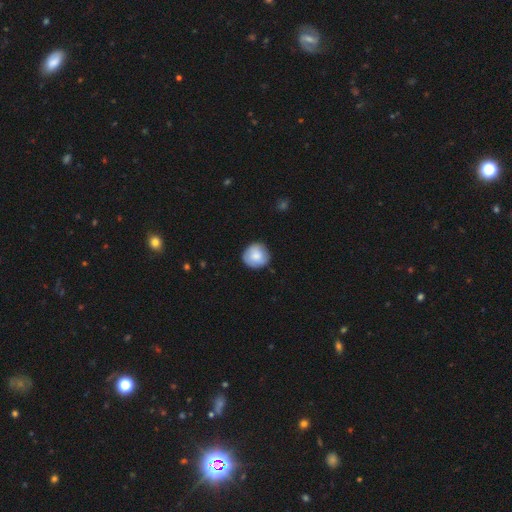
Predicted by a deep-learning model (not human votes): A smooth galaxy with no disk features (80%) that is round (92%). Merging: none (84%).